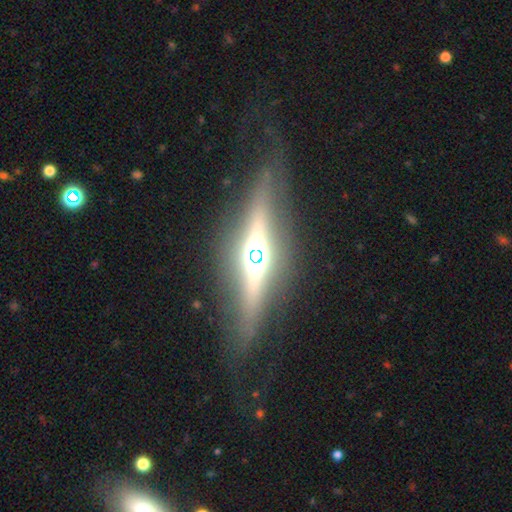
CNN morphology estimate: A featured or disk galaxy (71%) viewed edge-on (92%) with a rounded central bulge (93%). Merging: none (84%).